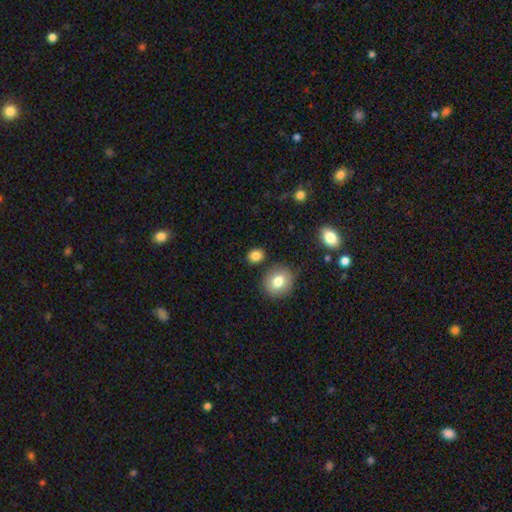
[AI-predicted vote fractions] This is clearly a smooth galaxy (84%). How rounded: likely round (61%). Merging: clearly none (83%).